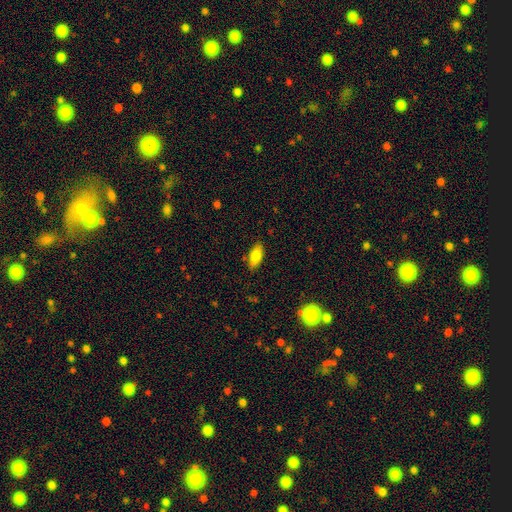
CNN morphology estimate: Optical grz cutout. It shows a smooth galaxy with no disk features (79%) that is in between round and cigar-shaped (82%). Merging: none (85%).